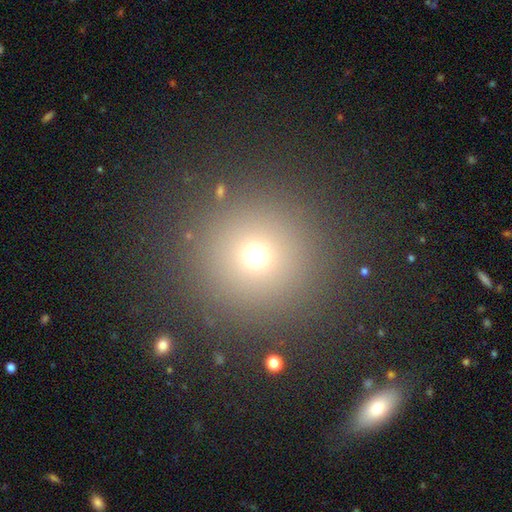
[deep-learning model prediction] smooth 68%, star or artifact 23%, featured or disk 9%. Down the decision tree: how rounded — round (95%); merging — none (89%).